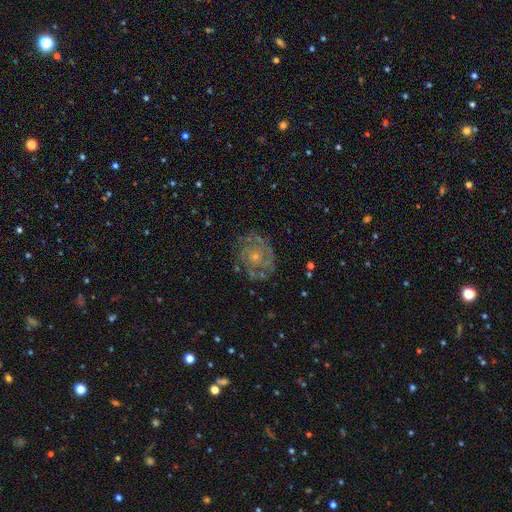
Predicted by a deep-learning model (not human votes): Smooth or featured? Predicted: featured or disk (p=0.78). Edge-on disk? Predicted: no (p=0.98). Bar? Predicted: no (p=0.79). Spiral arms? Predicted: yes (p=0.89). Spiral winding? Predicted: tight (p=0.59). Spiral arm count? Predicted: can't tell (p=0.32). Bulge size? Predicted: small (p=0.70). Merging? Predicted: none (p=0.74).